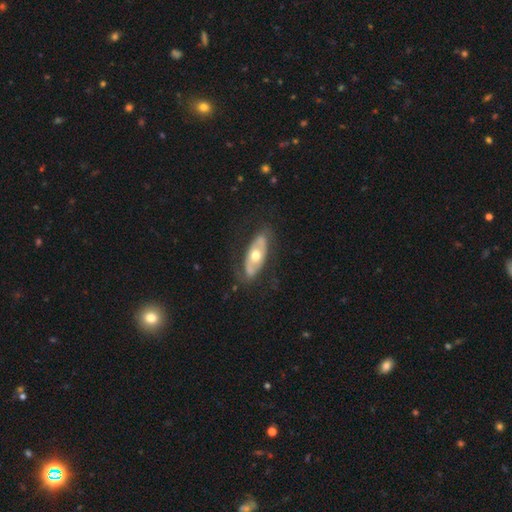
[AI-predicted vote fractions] The model was most divided on "smooth or featured": featured or disk: 58%, smooth: 37%, star or artifact: 5%. More confident: edge-on disk — no (81%); merging — none (74%).